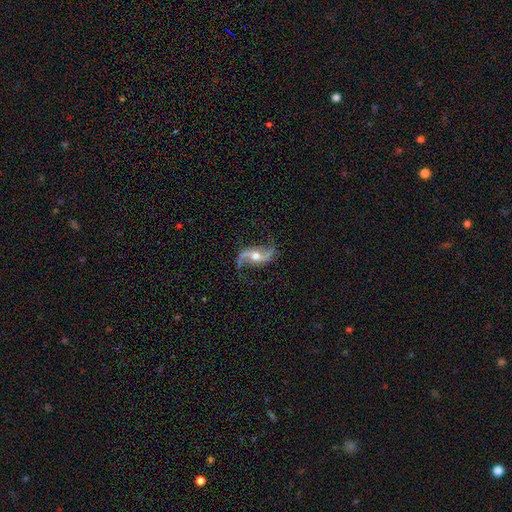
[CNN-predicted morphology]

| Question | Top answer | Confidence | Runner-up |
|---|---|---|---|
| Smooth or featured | featured or disk | 90% | smooth (5%) |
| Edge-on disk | no | 95% | yes (5%) |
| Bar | no | 49% | weak (30%) |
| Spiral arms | yes | 97% | no (3%) |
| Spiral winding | loose | 85% | medium (12%) |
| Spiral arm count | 2 | 94% | 1 (2%) |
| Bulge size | moderate | 74% | small (17%) |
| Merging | none | 80% | minor disturbance (13%) |